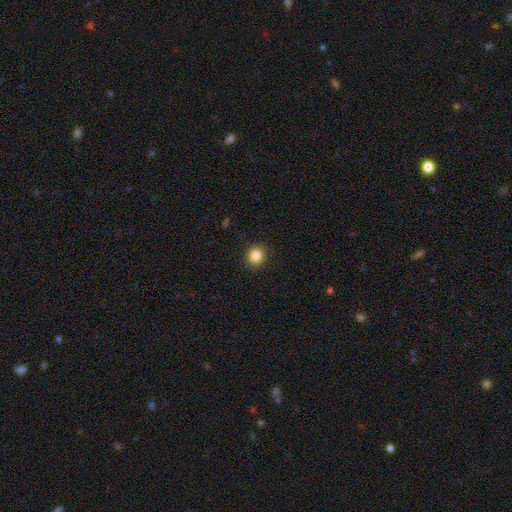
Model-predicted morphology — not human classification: smooth 85%, star or artifact 10%, featured or disk 4%. Down the decision tree: how rounded — round (87%); merging — none (91%).